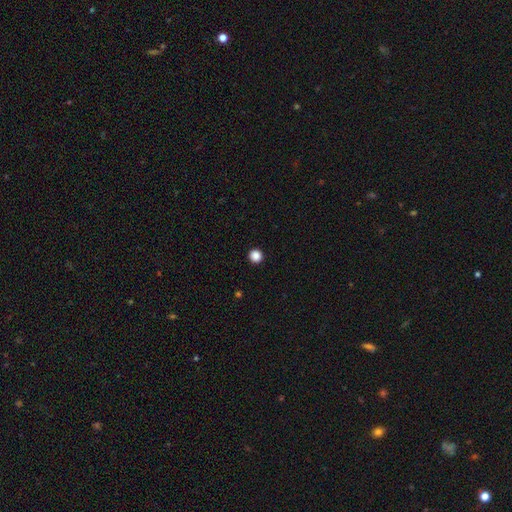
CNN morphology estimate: This appears to be a smooth galaxy with no disk features (87%) that is round (95%). Merging: none (94%).